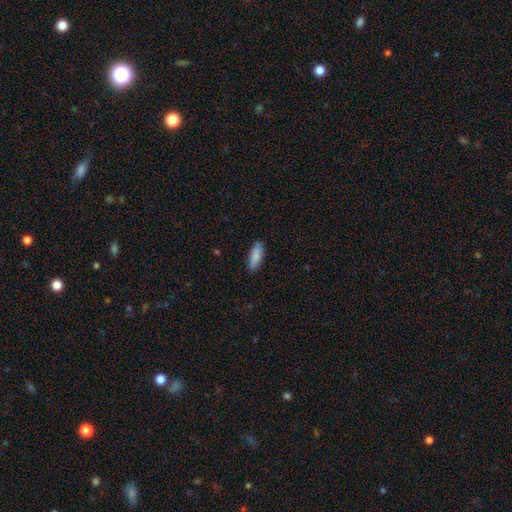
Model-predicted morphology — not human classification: Overall: smooth (87%). How rounded: in between (65%; cigar-shaped 33%). Merging: none (83%).